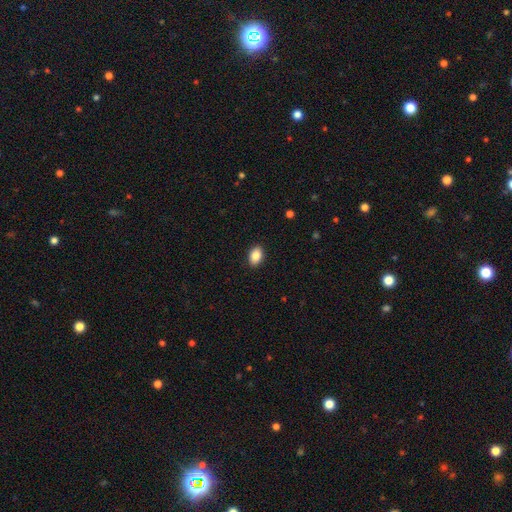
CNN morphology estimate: A smooth galaxy with no disk features (87%) that is in between round and cigar-shaped (87%). Merging: none (90%).